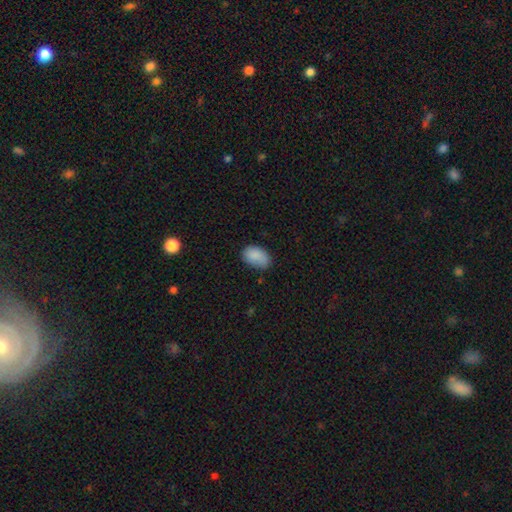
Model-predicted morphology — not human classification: type=smooth (87%); roundness=in between (88%); merging=none (66%).